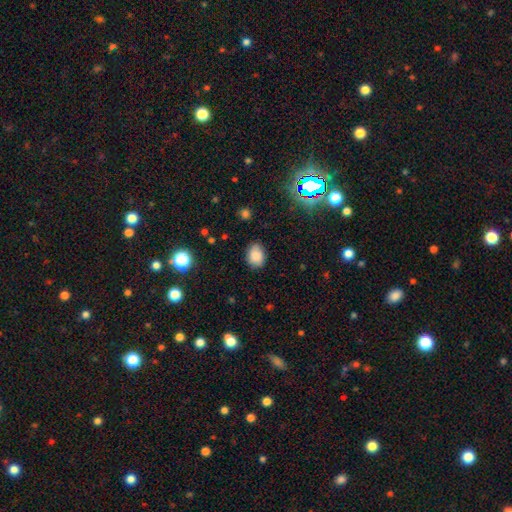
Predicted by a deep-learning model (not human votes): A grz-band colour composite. It shows a smooth galaxy with no disk features (84%) that is in between round and cigar-shaped (67%). Merging: none (80%).